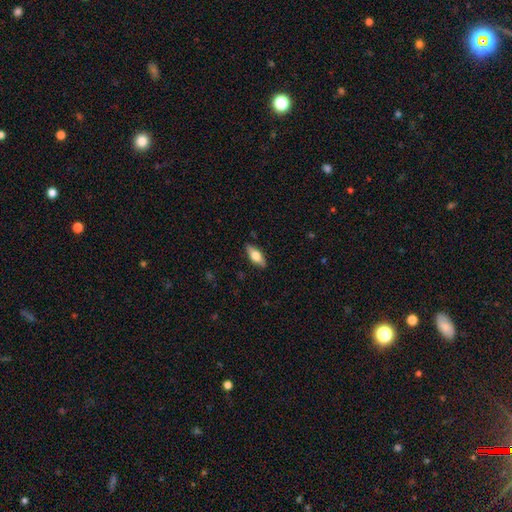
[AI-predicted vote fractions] A smooth galaxy with no disk features (60%) that is in between round and cigar-shaped (72%). Merging: none (87%).